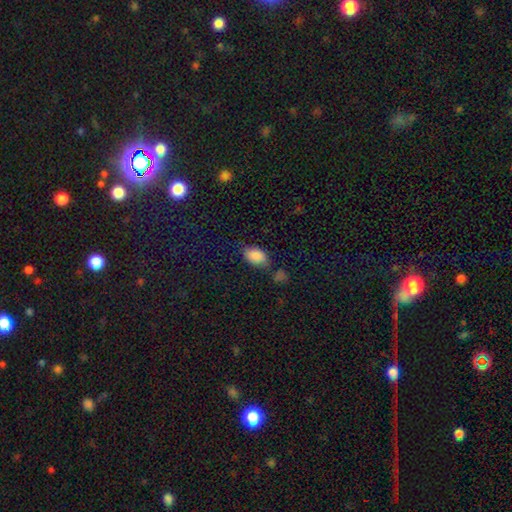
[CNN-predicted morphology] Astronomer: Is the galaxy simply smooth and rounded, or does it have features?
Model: smooth — 86%.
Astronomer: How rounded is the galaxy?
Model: in between — 90%.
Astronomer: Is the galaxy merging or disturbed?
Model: none — 62%.